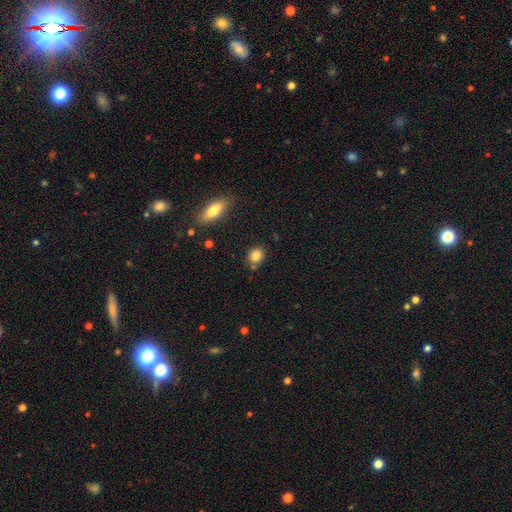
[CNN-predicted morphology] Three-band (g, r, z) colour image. It shows a smooth galaxy with no disk features (83%) that is round (68%). Merging: none (79%).